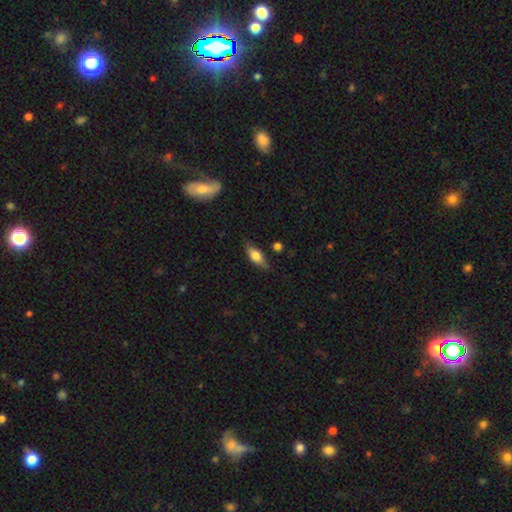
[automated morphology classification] smooth-or-featured: smooth: 62% | featured or disk: 31% | star or artifact: 7%
  how-rounded: in between: 69% | cigar-shaped: 27% | round: 4%
  merging: none: 77% | minor disturbance: 17% | major disturbance: 4% | merger: 2%